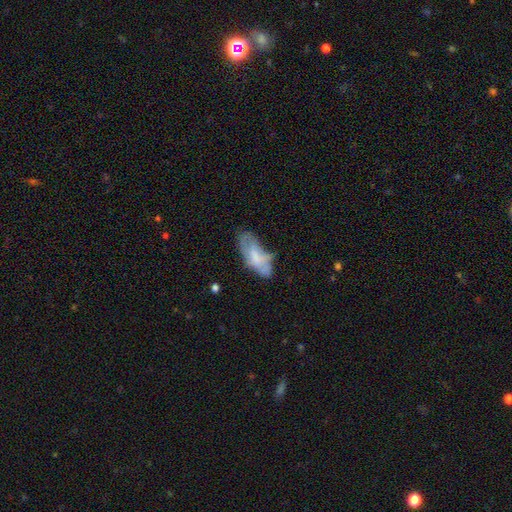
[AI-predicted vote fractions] Smooth or featured?
  - smooth: 57% *
  - featured or disk: 35%
  - star or artifact: 8%
How rounded?
  - in between: 83% *
  - cigar-shaped: 15%
  - round: 2%
Merging?
  - none: 39% *
  - minor disturbance: 33%
  - major disturbance: 22%
  - merger: 6%